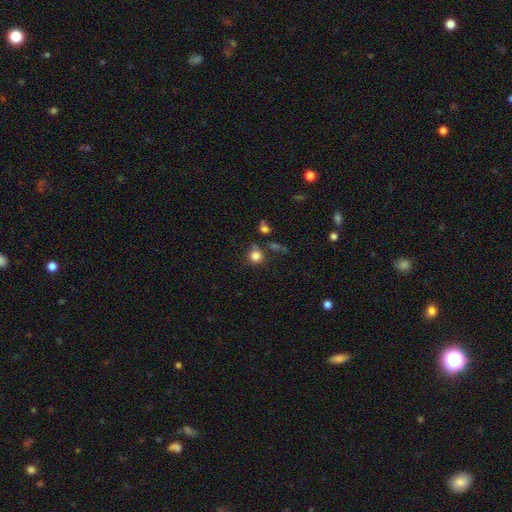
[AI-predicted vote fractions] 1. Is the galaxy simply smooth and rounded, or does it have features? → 81% smooth, 12% star or artifact, 6% featured or disk.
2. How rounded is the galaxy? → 91% round, 8% in between, 1% cigar-shaped.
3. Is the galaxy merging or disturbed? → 72% none, 12% merger, 12% minor disturbance, 5% major disturbance.